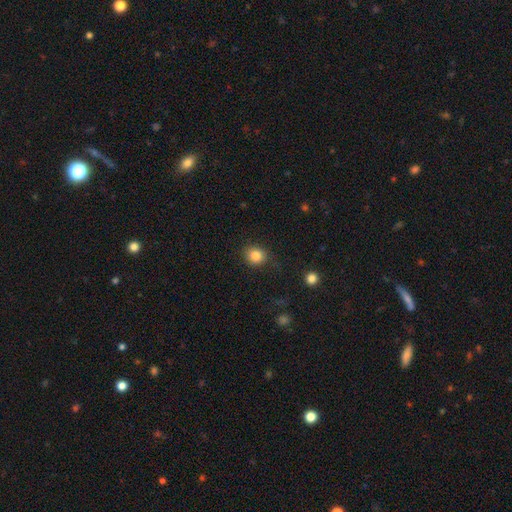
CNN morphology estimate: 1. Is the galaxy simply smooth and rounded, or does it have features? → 84% smooth, 11% star or artifact, 6% featured or disk.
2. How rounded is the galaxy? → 77% round, 22% in between, 1% cigar-shaped.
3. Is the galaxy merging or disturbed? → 81% none, 13% minor disturbance, 4% major disturbance, 2% merger.